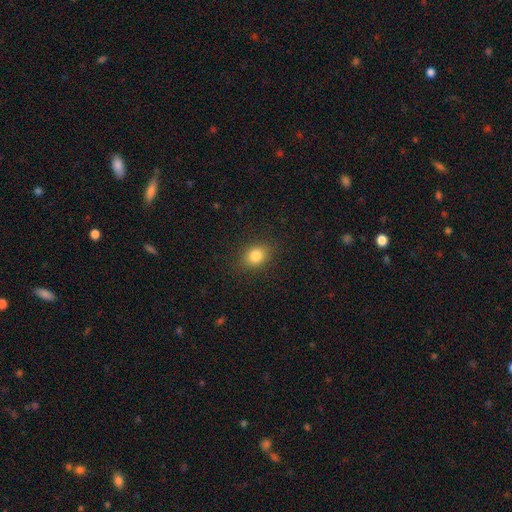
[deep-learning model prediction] A smooth galaxy with no disk features (82%) that is in between round and cigar-shaped (50%). Merging: none (87%).